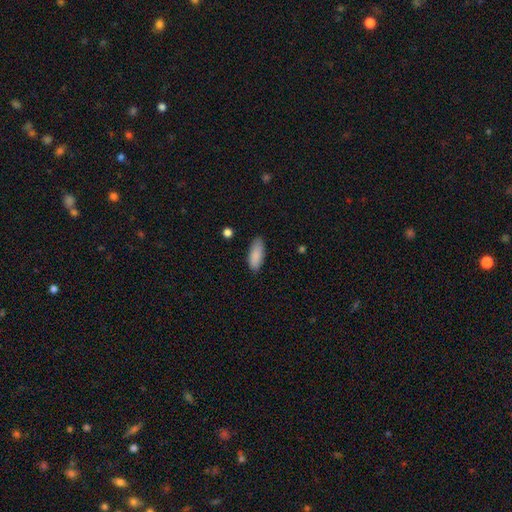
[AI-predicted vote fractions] Smooth or featured? smooth (88%)
How rounded? in between (81%)
Merging? none (83%)